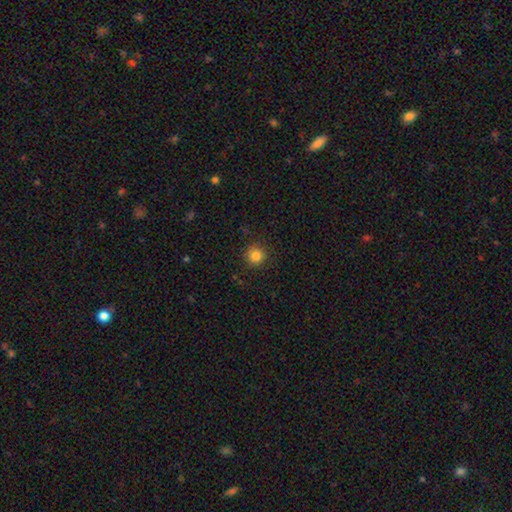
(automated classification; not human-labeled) Smooth or featured? smooth (84%)
How rounded? round (94%)
Merging? none (88%)